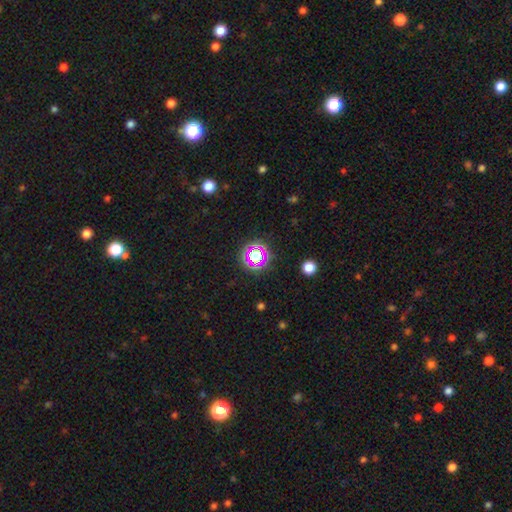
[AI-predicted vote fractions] This appears to be a star or artifact, not a galaxy (63%).